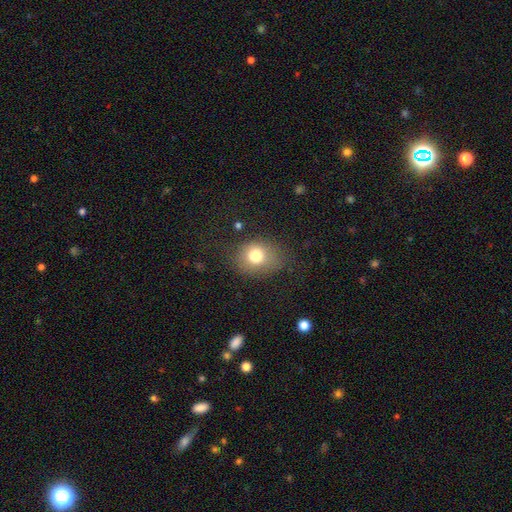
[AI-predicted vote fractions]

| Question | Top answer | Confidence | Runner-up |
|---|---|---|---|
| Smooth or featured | smooth | 76% | featured or disk (12%) |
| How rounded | round | 58% | in between (41%) |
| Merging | none | 66% | minor disturbance (21%) |